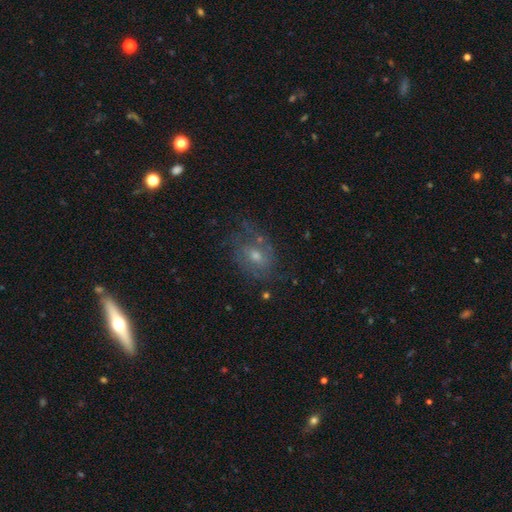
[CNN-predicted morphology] Smooth or featured? featured or disk (62%)
Edge-on disk? no (96%)
Bar? no (63%)
Spiral arms? yes (78%)
Bulge size? moderate (55%)
Merging? none (60%)